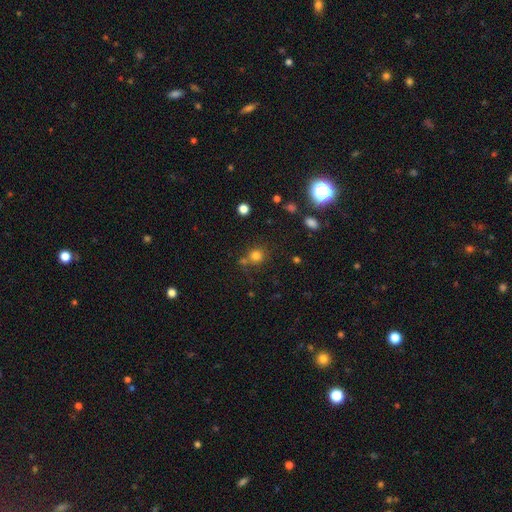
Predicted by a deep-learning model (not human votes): Overall: smooth (78%). How rounded: round (86%). Merging: none (66%).